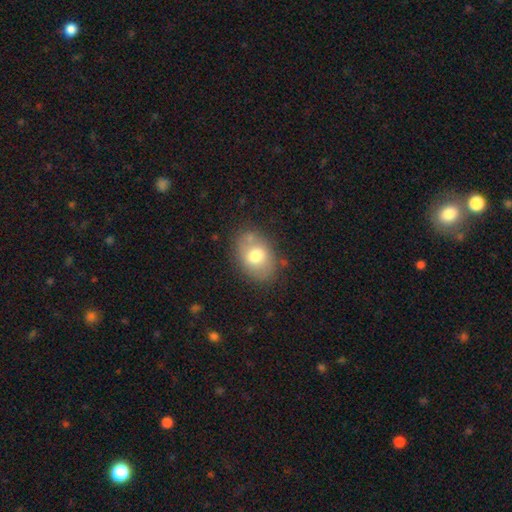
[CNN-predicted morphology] Q: Smooth or featured?
A: smooth (68%); runner-up: featured or disk (24%)
Q: How rounded?
A: in between (72%); runner-up: round (27%)
Q: Merging?
A: none (74%); runner-up: minor disturbance (17%)